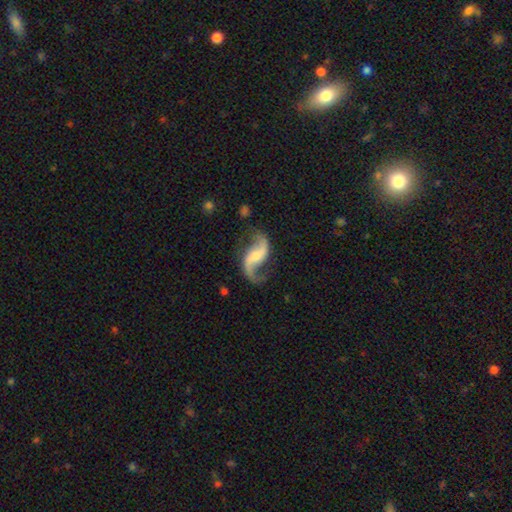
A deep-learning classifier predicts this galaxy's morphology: Smooth or featured: featured or disk — 90% (smooth — 5%)
Edge-on disk: no — 97% (yes — 3%)
Bar: weak — 41% (no — 35%)
Spiral arms: yes — 97% (no — 3%)
Spiral winding: loose — 80% (medium — 16%)
Spiral arm count: 2 — 92% (1 — 4%)
Bulge size: moderate — 43% (small — 42%)
Merging: none — 74% (minor disturbance — 15%)